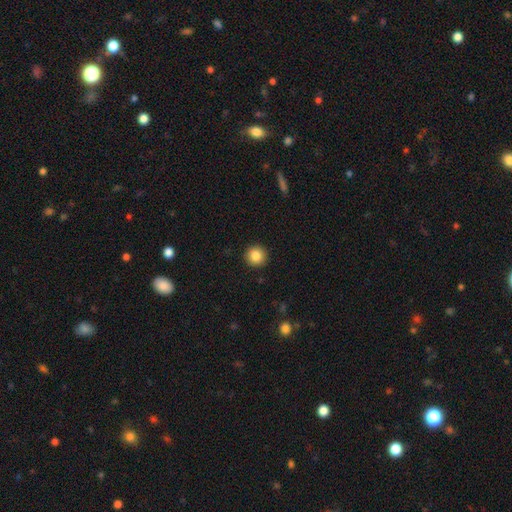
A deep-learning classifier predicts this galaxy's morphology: A smooth galaxy with no disk features (85%) that is round (94%).

Vote fractions:
- Smooth or featured? smooth: 85% / star or artifact: 10% / featured or disk: 5%
- How rounded? round: 94% / in between: 5% / cigar-shaped: 1%
- Merging? none: 92% / minor disturbance: 5% / major disturbance: 2% / merger: 1%